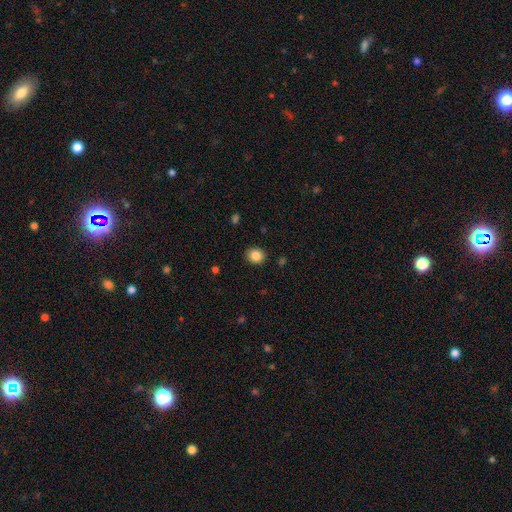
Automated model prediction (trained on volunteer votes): smooth-or-featured: smooth: 85% | star or artifact: 10% | featured or disk: 5%
  how-rounded: round: 72% | in between: 27% | cigar-shaped: 1%
  merging: none: 89% | minor disturbance: 7% | major disturbance: 2% | merger: 1%